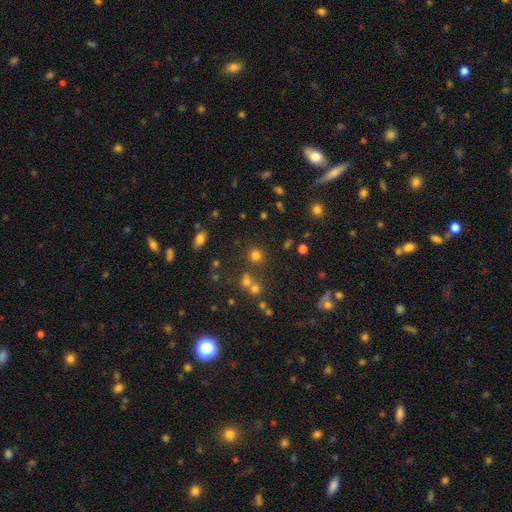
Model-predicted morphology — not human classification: smooth 72%, star or artifact 21%, featured or disk 7%. Down the decision tree: how rounded — round (91%); merging — none (79%).